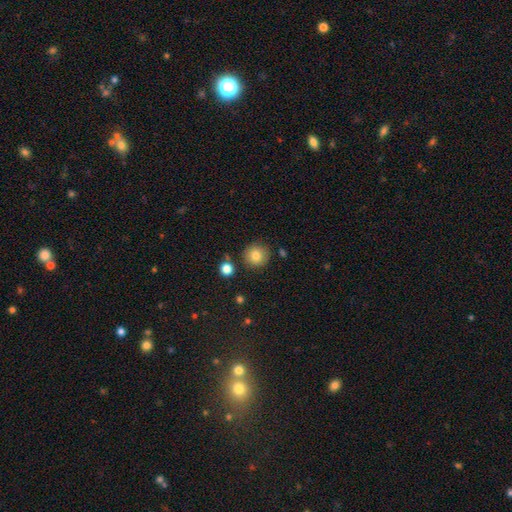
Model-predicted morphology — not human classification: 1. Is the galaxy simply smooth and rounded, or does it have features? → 82% smooth, 10% star or artifact, 8% featured or disk.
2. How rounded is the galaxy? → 93% round, 6% in between, 1% cigar-shaped.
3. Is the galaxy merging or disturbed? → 85% none, 9% minor disturbance, 4% merger, 3% major disturbance.